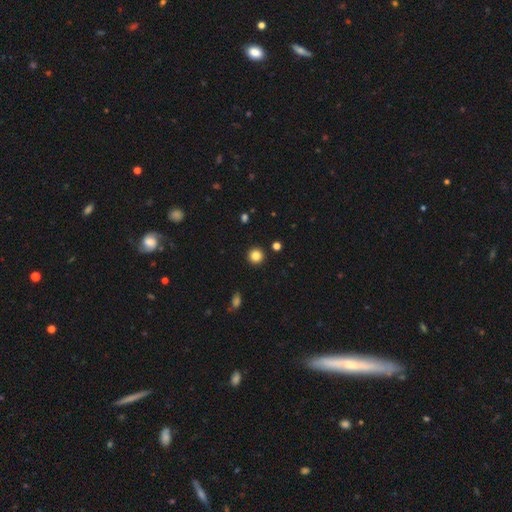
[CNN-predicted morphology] A smooth galaxy with no disk features (84%) that is round (95%).

Vote fractions:
- Smooth or featured? smooth: 84% / star or artifact: 12% / featured or disk: 5%
- How rounded? round: 95% / in between: 4% / cigar-shaped: 1%
- Merging? none: 92% / minor disturbance: 4% / major disturbance: 2% / merger: 2%